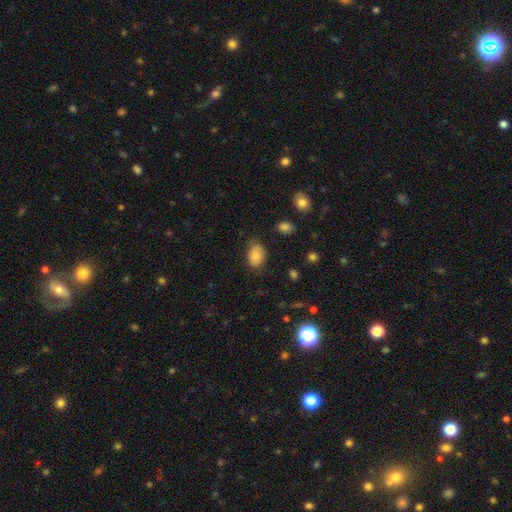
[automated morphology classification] Smooth or featured? smooth (86%)
How rounded? in between (86%)
Merging? none (77%)